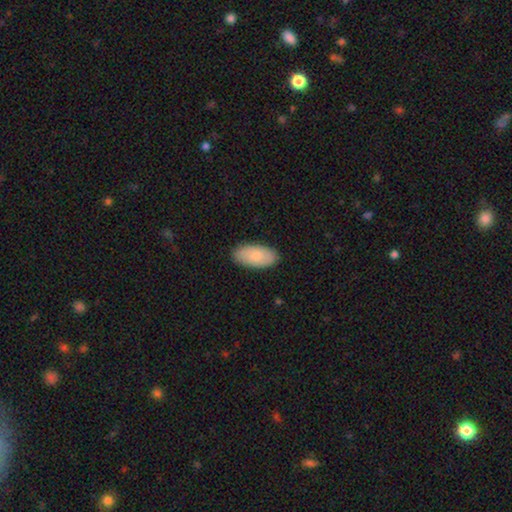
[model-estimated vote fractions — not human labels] Overall: smooth (83%). How rounded: in between (94%). Merging: none (88%).